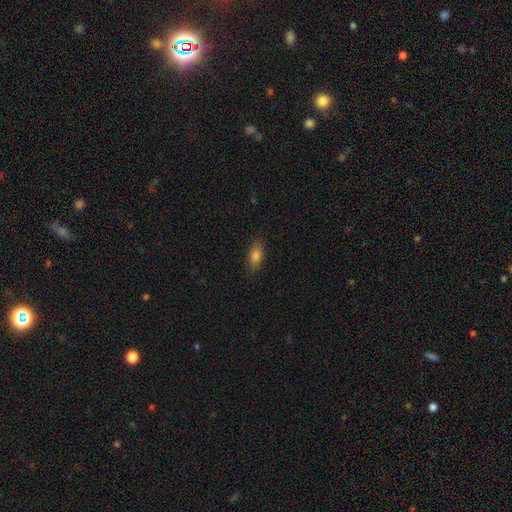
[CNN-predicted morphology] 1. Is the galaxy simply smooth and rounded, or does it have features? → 81% smooth, 11% featured or disk, 8% star or artifact.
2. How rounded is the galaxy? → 83% in between, 13% cigar-shaped, 4% round.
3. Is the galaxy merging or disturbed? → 85% none, 12% minor disturbance, 3% major disturbance, 1% merger.